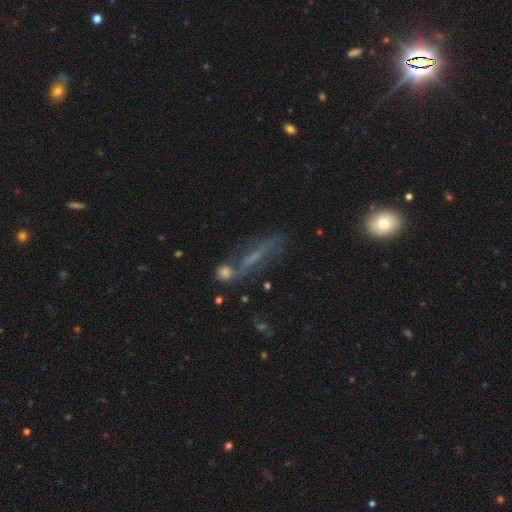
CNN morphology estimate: smooth_or_featured: featured or disk (p=0.49) [alt: smooth p=0.36]
merging: none (p=0.45) [alt: merger p=0.23]